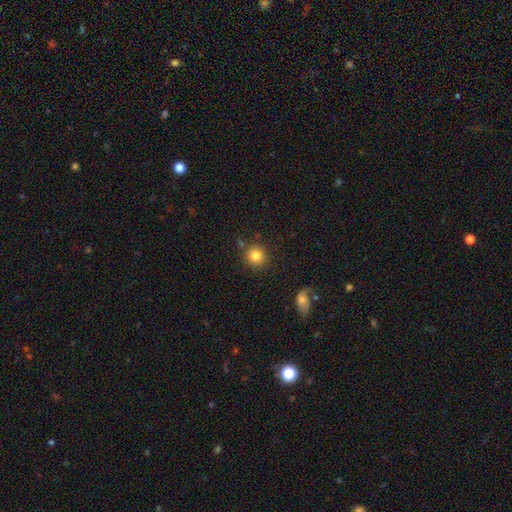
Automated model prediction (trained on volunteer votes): Smooth or featured? Predicted: smooth (p=0.82). How rounded? Predicted: round (p=0.93). Merging? Predicted: none (p=0.83).